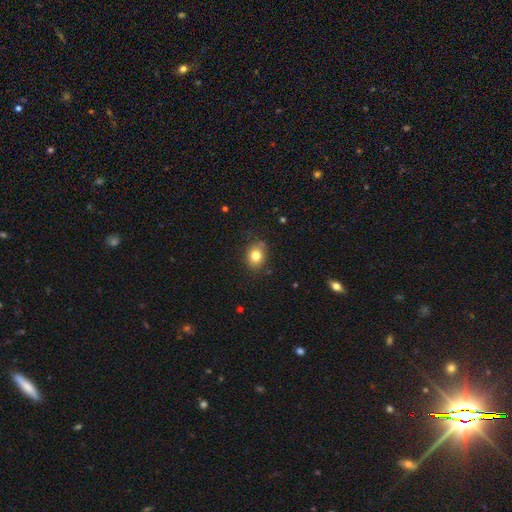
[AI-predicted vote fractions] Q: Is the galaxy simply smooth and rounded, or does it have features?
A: smooth — 80%.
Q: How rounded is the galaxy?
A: round — 51%.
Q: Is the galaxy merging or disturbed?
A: none — 79%.